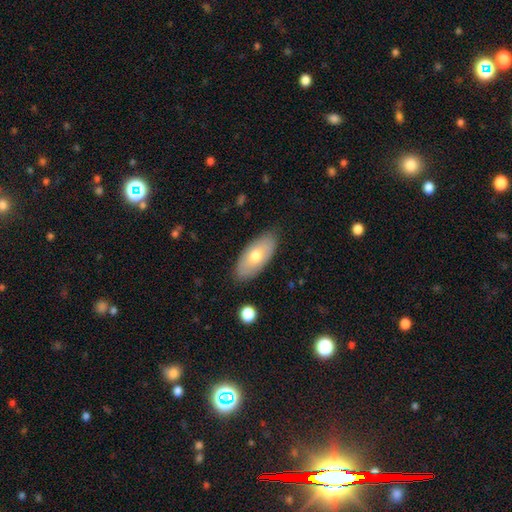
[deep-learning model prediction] Smooth or featured?
  - smooth: 66% *
  - featured or disk: 28%
  - star or artifact: 6%
How rounded?
  - in between: 90% *
  - cigar-shaped: 8%
  - round: 3%
Merging?
  - none: 84% *
  - minor disturbance: 13%
  - major disturbance: 3%
  - merger: 1%